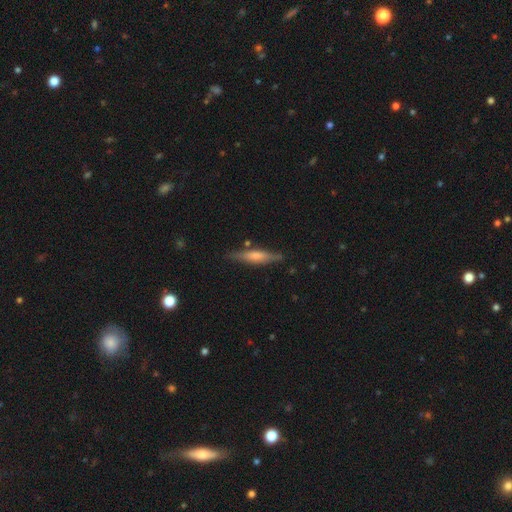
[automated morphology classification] Q: Smooth or featured?
A: featured or disk (53%); runner-up: smooth (40%)
Q: Edge-on disk?
A: yes (93%); runner-up: no (7%)
Q: Merging?
A: none (84%); runner-up: minor disturbance (11%)